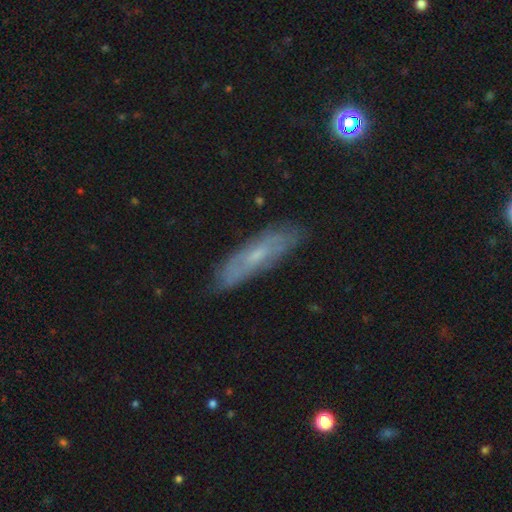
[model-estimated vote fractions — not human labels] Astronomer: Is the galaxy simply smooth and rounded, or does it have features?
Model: featured or disk — 52% (runner-up: smooth, 40%).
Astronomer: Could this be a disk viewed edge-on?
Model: no — 60% (runner-up: yes, 40%).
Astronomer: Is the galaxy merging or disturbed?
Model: none — 81%.